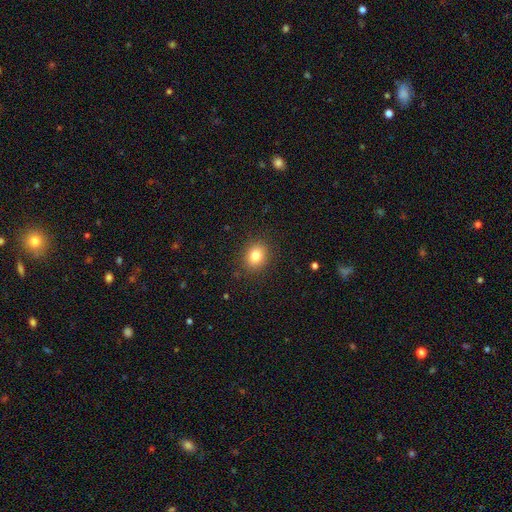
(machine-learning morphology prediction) Smooth or featured: smooth — 81% (star or artifact — 11%)
How rounded: round — 61% (in between — 38%)
Merging: none — 88% (minor disturbance — 8%)